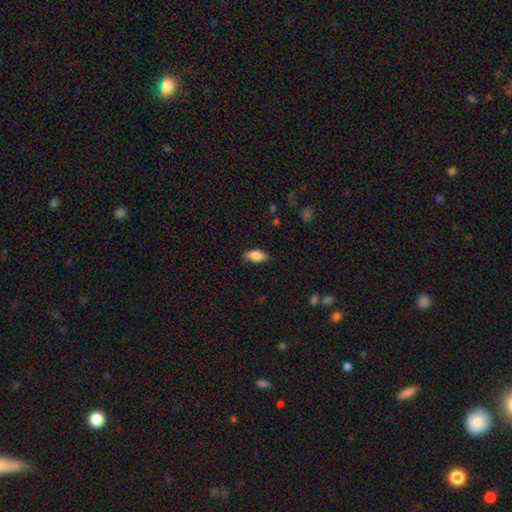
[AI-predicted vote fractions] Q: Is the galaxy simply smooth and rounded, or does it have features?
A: smooth — 81%.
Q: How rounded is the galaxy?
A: in between — 86%.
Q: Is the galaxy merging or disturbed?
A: none — 79%.